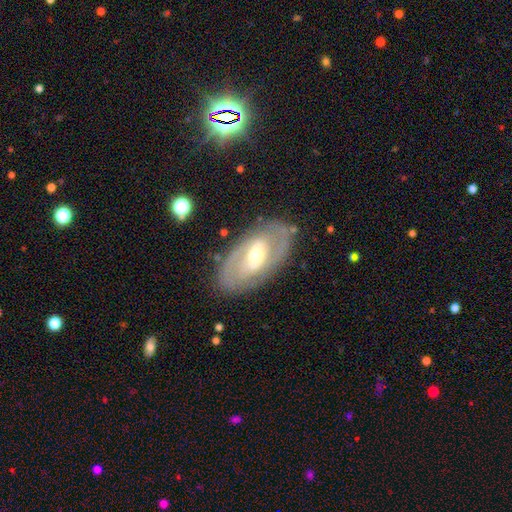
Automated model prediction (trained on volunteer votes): Smooth or featured: featured or disk — 79% (smooth — 15%)
Edge-on disk: no — 93% (yes — 7%)
Bar: weak — 44% (strong — 37%)
Spiral arms: yes — 78% (no — 22%)
Spiral winding: medium — 42% (tight — 39%)
Spiral arm count: 2 — 76% (can't tell — 16%)
Bulge size: moderate — 56% (small — 37%)
Merging: none — 81% (minor disturbance — 12%)